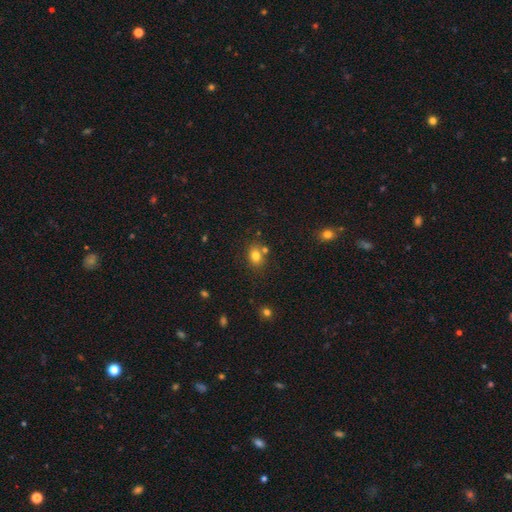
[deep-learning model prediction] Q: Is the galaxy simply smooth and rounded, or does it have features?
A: smooth — 78%.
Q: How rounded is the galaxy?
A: round — 50%.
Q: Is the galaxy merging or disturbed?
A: none — 69%.